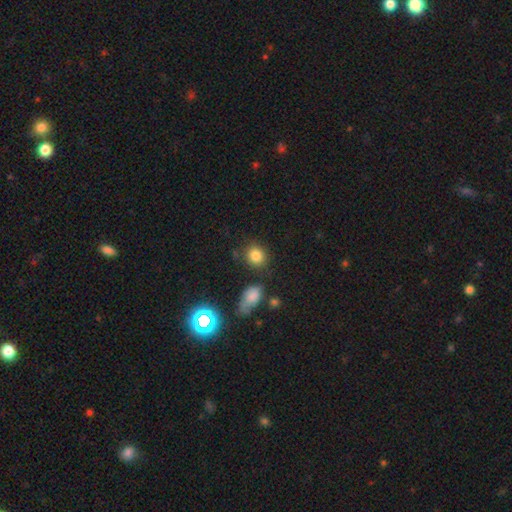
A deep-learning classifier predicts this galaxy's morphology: Smooth or featured: smooth — 82% (star or artifact — 12%)
How rounded: round — 72% (in between — 26%)
Merging: none — 76% (minor disturbance — 12%)